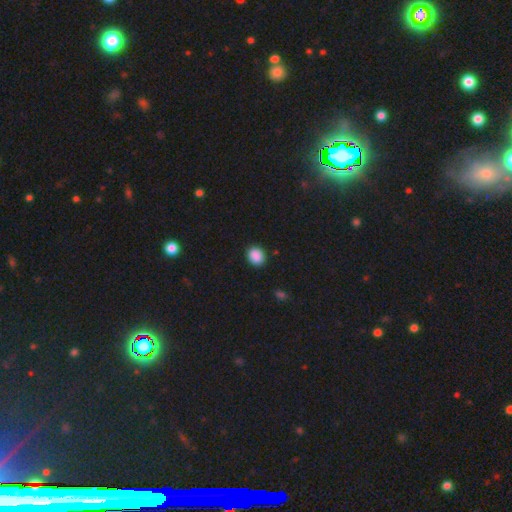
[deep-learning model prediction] smooth-or-featured: smooth: 88% | star or artifact: 9% | featured or disk: 3%
  how-rounded: round: 64% | in between: 35% | cigar-shaped: 1%
  merging: none: 89% | minor disturbance: 8% | major disturbance: 2% | merger: 1%